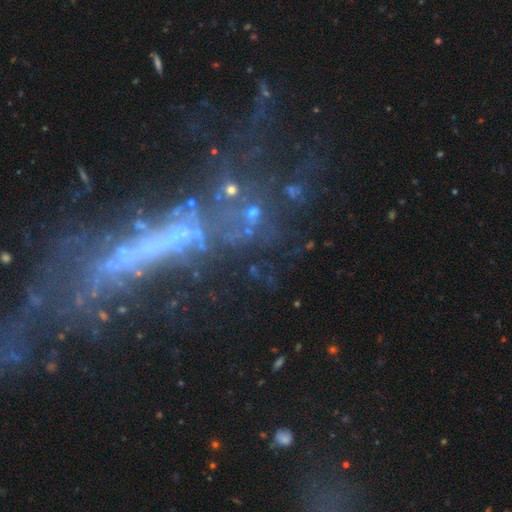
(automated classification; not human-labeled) Q: Smooth or featured?
A: featured or disk (62%); runner-up: star or artifact (22%)
Q: Edge-on disk?
A: no (66%); runner-up: yes (34%)
Q: Merging?
A: major disturbance (40%); runner-up: none (28%)